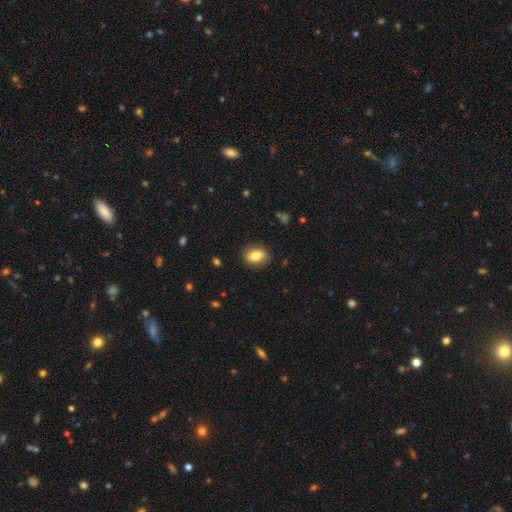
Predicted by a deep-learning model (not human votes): Overall: smooth (81%). How rounded: in between (63%; round 35%). Merging: none (85%).